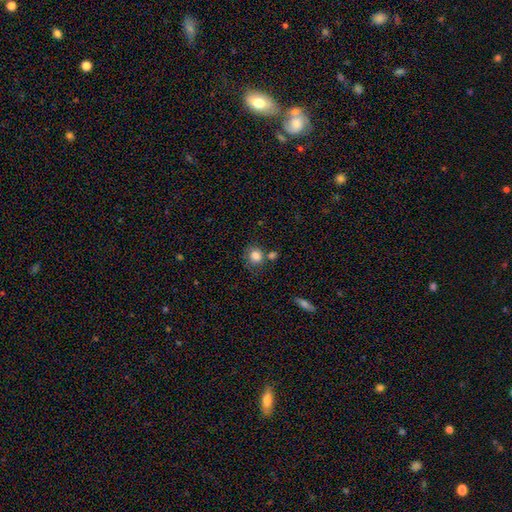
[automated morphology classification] Smooth or featured? smooth (84%)
How rounded? round (81%)
Merging? none (61%)